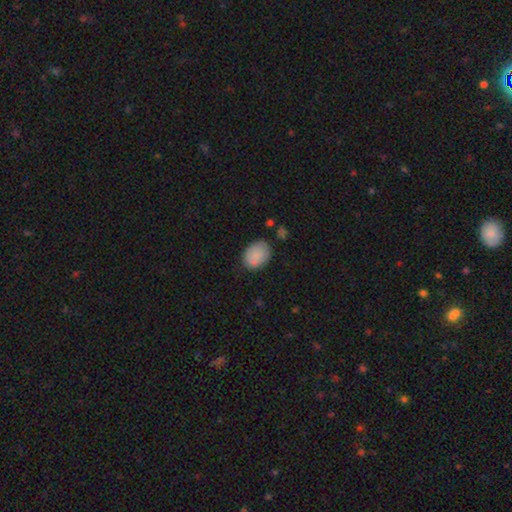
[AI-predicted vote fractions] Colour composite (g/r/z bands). It shows a smooth galaxy with no disk features (84%) that is in between round and cigar-shaped (73%). Merging: none (77%).